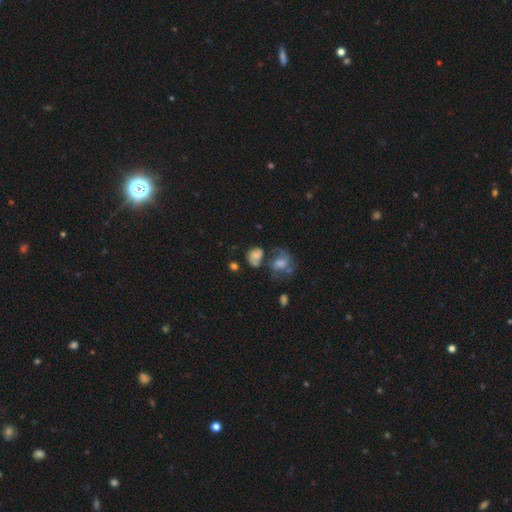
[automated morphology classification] The model was most divided on "merging": merger: 34%, none: 33%, minor disturbance: 17%, major disturbance: 16%. More confident: smooth or featured — smooth (56%); how rounded — round (53%).